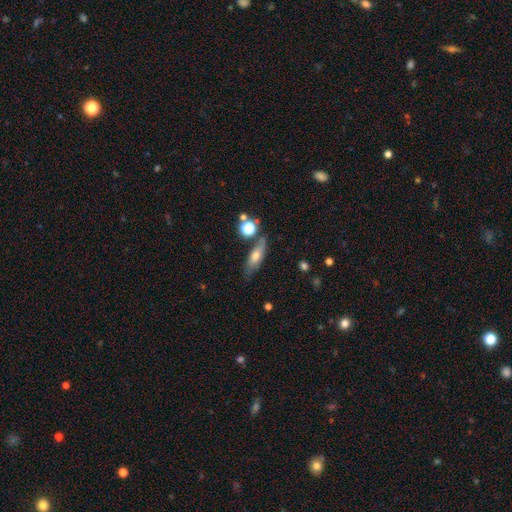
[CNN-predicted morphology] type=smooth (58%); roundness=in between (57%); merging=none (66%).